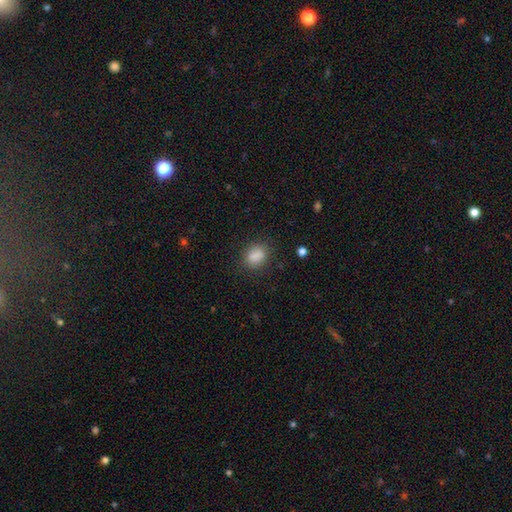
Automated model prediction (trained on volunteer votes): Smooth or featured? Predicted: smooth (p=0.86). How rounded? Predicted: in between (p=0.62). Merging? Predicted: none (p=0.82).